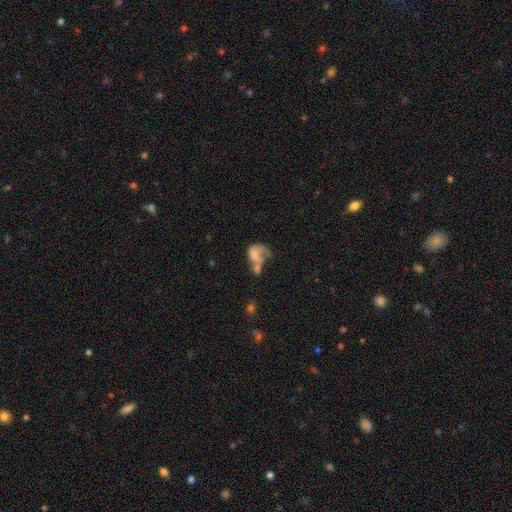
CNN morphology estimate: A smooth galaxy with no disk features (53%) that is in between round and cigar-shaped (75%). Merging: merger (41%).